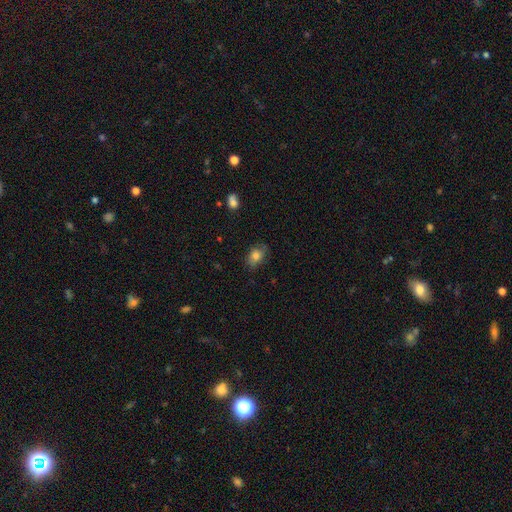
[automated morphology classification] smooth_or_featured: smooth (p=0.77) [alt: featured or disk p=0.14]
how_rounded: in between (p=0.72) [alt: round p=0.27]
merging: none (p=0.71) [alt: minor disturbance p=0.22]